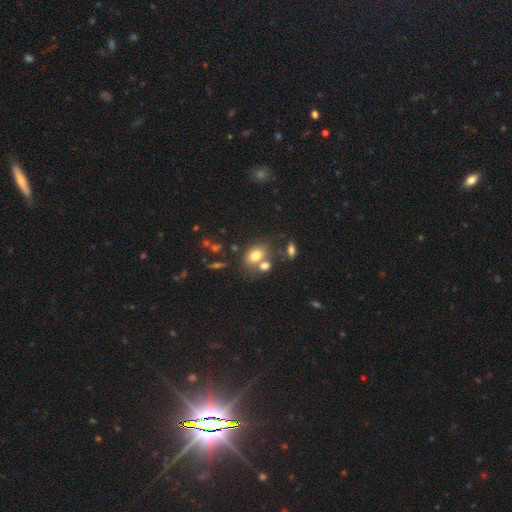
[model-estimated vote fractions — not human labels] smooth-or-featured: smooth: 76% | featured or disk: 13% | star or artifact: 11%
  how-rounded: in between: 74% | round: 24% | cigar-shaped: 2%
  merging: none: 51% | merger: 31% | minor disturbance: 13% | major disturbance: 5%